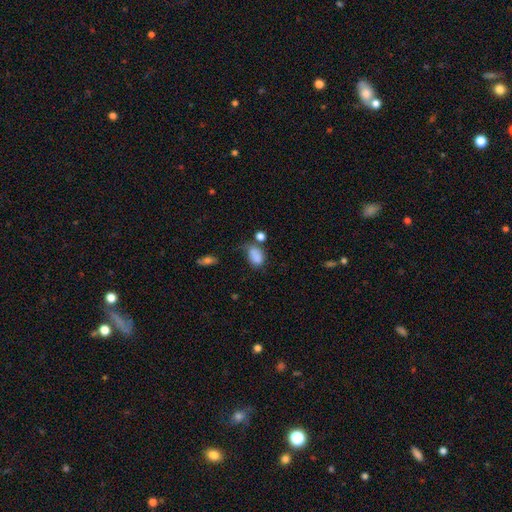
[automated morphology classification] Overall: smooth (80%). How rounded: in between (79%). Merging: none (36%; minor disturbance 27%).